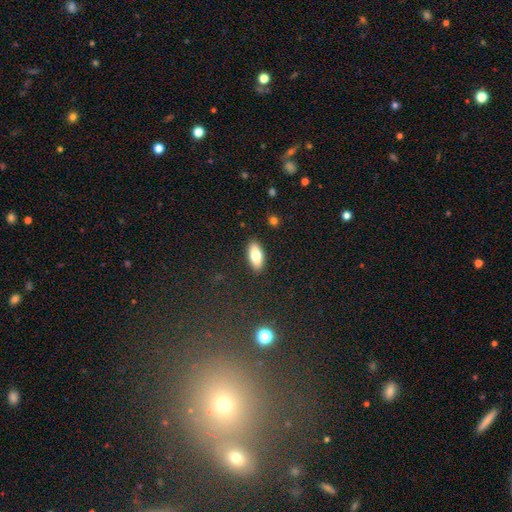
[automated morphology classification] Smooth or featured? smooth (77%)
How rounded? in between (87%)
Merging? none (89%)